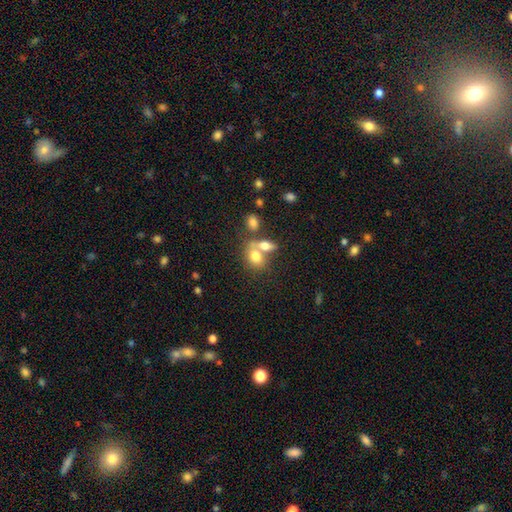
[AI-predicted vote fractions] Q: Smooth or featured?
A: smooth (72%); runner-up: featured or disk (18%)
Q: How rounded?
A: in between (67%); runner-up: round (30%)
Q: Merging?
A: merger (55%); runner-up: none (31%)